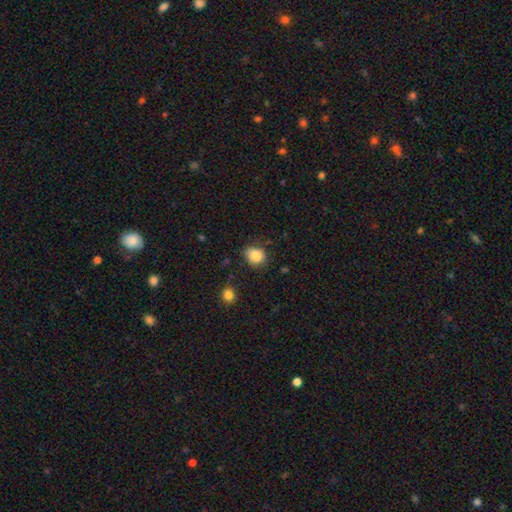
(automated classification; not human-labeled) Smooth or featured: smooth — 86% (star or artifact — 10%)
How rounded: round — 60% (in between — 39%)
Merging: none — 72% (minor disturbance — 21%)